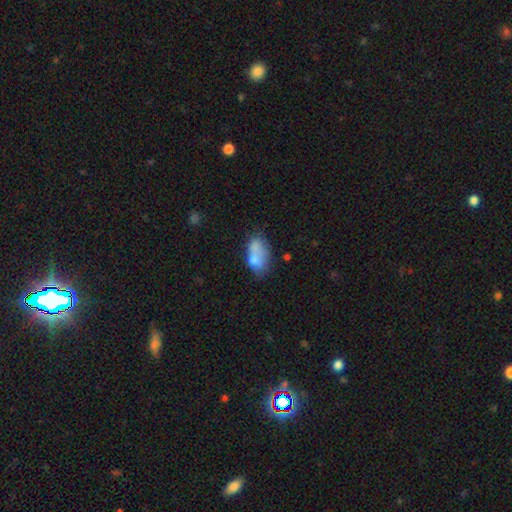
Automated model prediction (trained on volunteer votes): This is likely a smooth galaxy (70%). How rounded: clearly in between (89%). Merging: marginally none (37%).